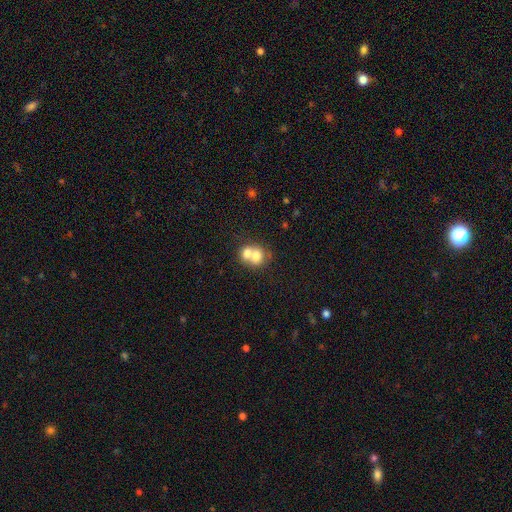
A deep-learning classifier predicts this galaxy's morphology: smooth-or-featured: smooth: 69% | featured or disk: 21% | star or artifact: 9%
  how-rounded: round: 65% | in between: 34% | cigar-shaped: 1%
  merging: merger: 70% | none: 22% | minor disturbance: 5% | major disturbance: 3%